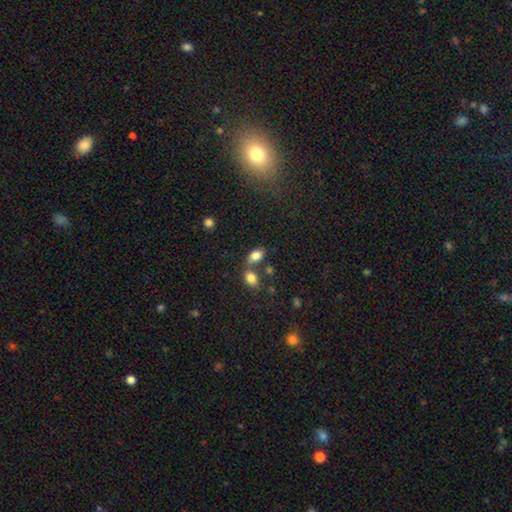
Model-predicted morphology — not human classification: The model was most divided on "merging": none: 52%, merger: 32%, minor disturbance: 12%, major disturbance: 4%. More confident: how rounded — in between (89%); smooth or featured — smooth (82%).